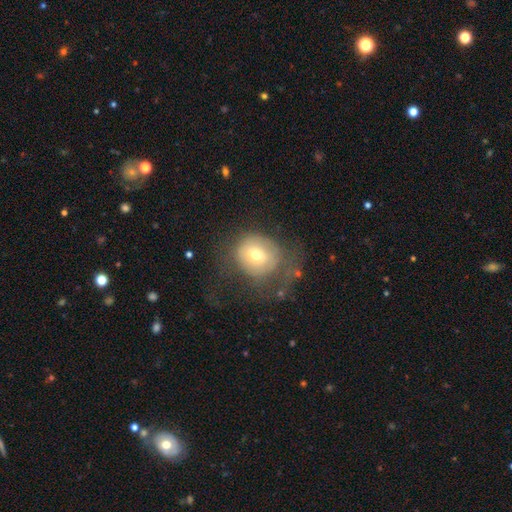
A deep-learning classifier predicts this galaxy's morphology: A smooth galaxy with no disk features (61%) that is round (79%). Merging: none (41%).